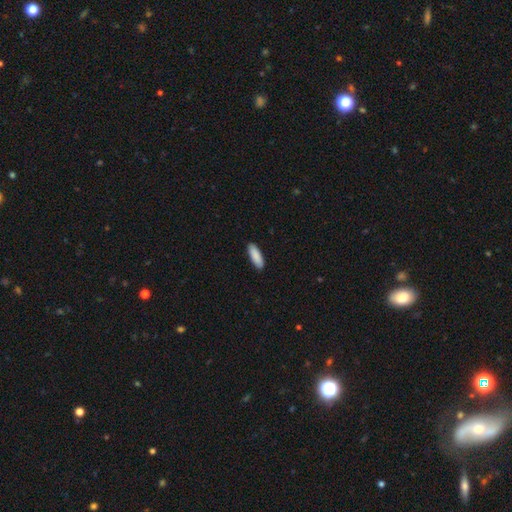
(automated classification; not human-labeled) Smooth or featured?
  - smooth: 90% *
  - star or artifact: 5%
  - featured or disk: 4%
How rounded?
  - in between: 61% *
  - cigar-shaped: 38%
  - round: 2%
Merging?
  - none: 89% *
  - minor disturbance: 8%
  - major disturbance: 2%
  - merger: 1%